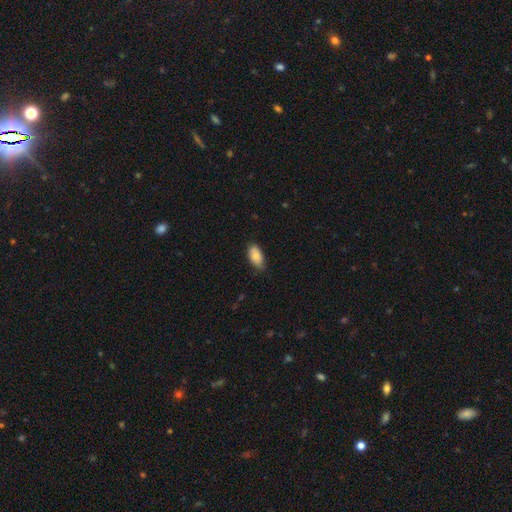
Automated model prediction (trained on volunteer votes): The model was most divided on "merging": none: 73%, minor disturbance: 23%, major disturbance: 3%, merger: 1%. More confident: how rounded — in between (94%); smooth or featured — smooth (81%).